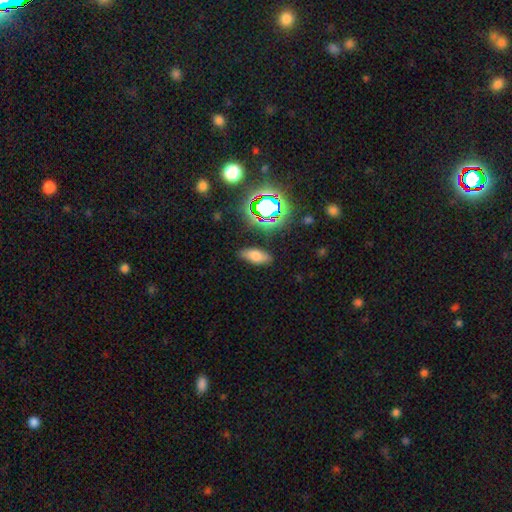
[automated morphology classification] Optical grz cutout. It shows a smooth galaxy with no disk features (68%) that is in between round and cigar-shaped (81%). Merging: none (84%).